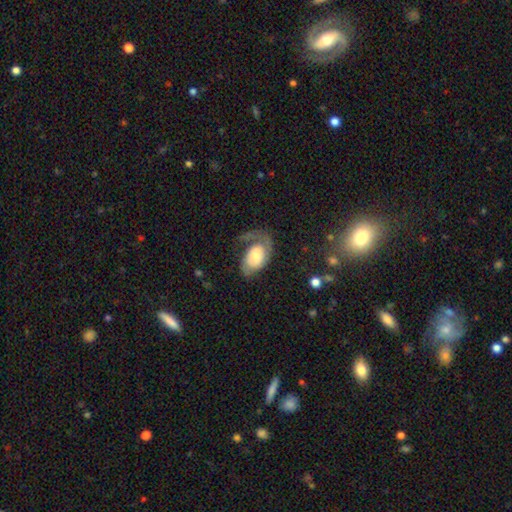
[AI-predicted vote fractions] This is likely a featured or disk galaxy (62%). It is clearly not viewed edge-on (96%). Bar: likely no (66%). Spiral arm pattern: clearly yes (85%). Spiral arm count: possibly 1 (51%). Spiral winding: marginally medium (37%). Central bulge: marginally moderate (45%). Merging: marginally major disturbance (40%).